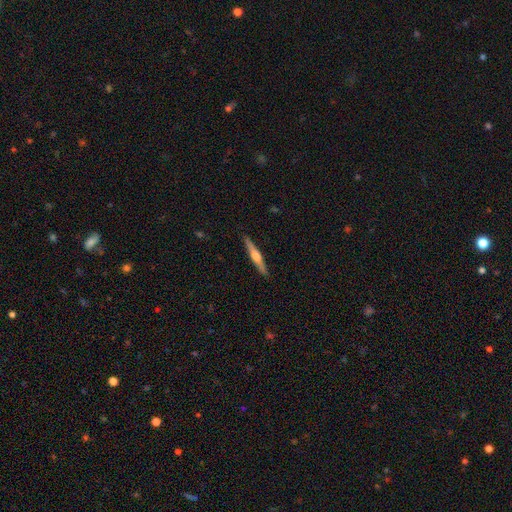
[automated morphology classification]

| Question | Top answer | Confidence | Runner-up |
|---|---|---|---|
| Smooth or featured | featured or disk | 59% | smooth (36%) |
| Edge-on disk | yes | 97% | no (3%) |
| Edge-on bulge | rounded | 84% | none (8%) |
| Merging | none | 90% | minor disturbance (7%) |